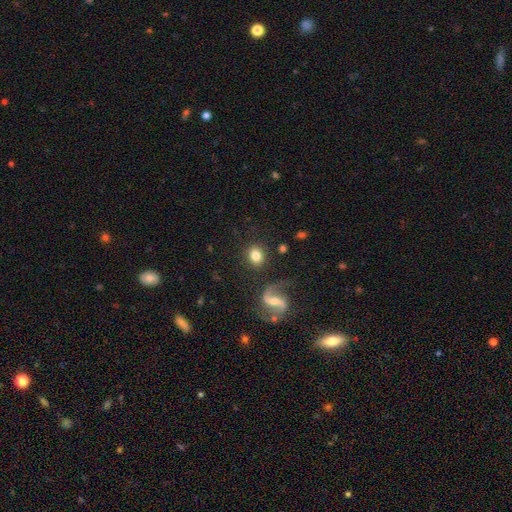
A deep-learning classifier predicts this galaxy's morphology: Overall: smooth (73%). How rounded: round (66%; in between 32%). Merging: none (83%).